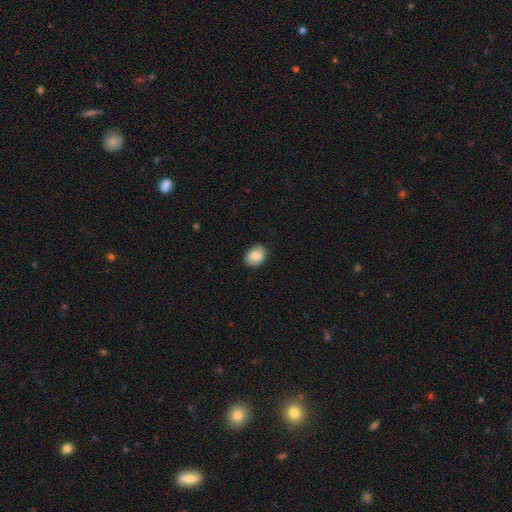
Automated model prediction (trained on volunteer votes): Smooth or featured? Predicted: smooth (p=0.81). How rounded? Predicted: in between (p=0.59). Merging? Predicted: none (p=0.83).